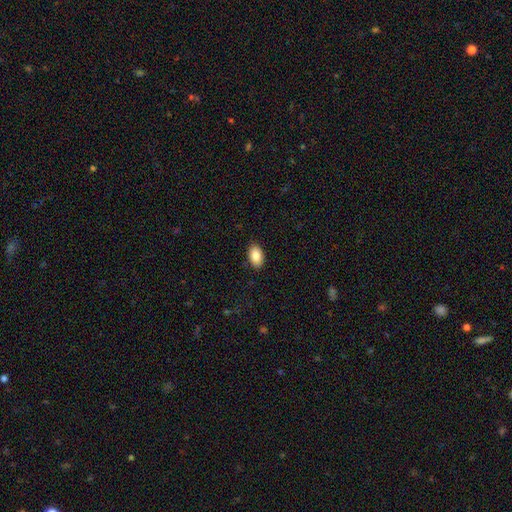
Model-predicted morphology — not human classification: Smooth or featured? smooth (87%)
How rounded? in between (93%)
Merging? none (89%)